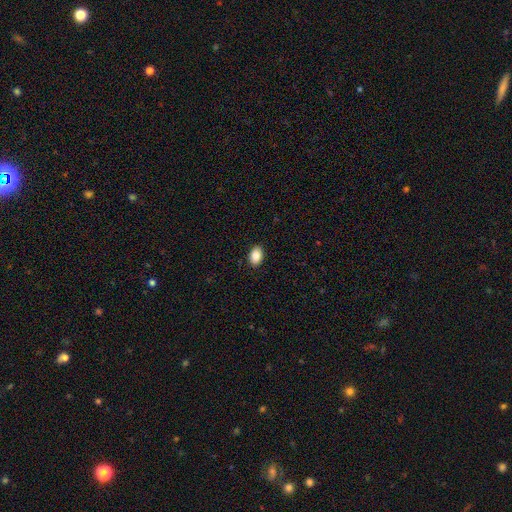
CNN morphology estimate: A smooth galaxy with no disk features (86%) that is in between round and cigar-shaped (86%).

Vote fractions:
- Smooth or featured? smooth: 86% / star or artifact: 8% / featured or disk: 6%
- How rounded? in between: 86% / round: 13% / cigar-shaped: 1%
- Merging? none: 90% / minor disturbance: 7% / major disturbance: 2% / merger: 1%